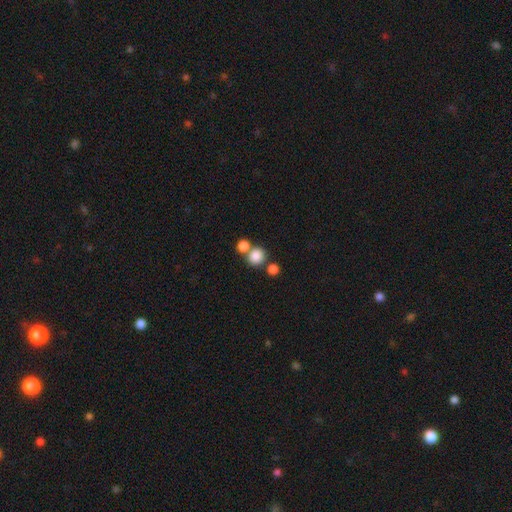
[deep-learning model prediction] Smooth or featured: smooth — 82% (star or artifact — 11%)
How rounded: round — 86% (in between — 13%)
Merging: none — 57% (merger — 32%)